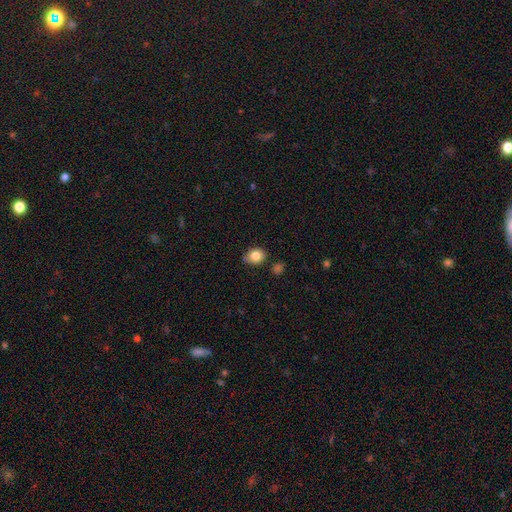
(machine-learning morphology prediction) This is clearly a smooth galaxy (83%). How rounded: possibly round (57%). Merging: likely none (71%).